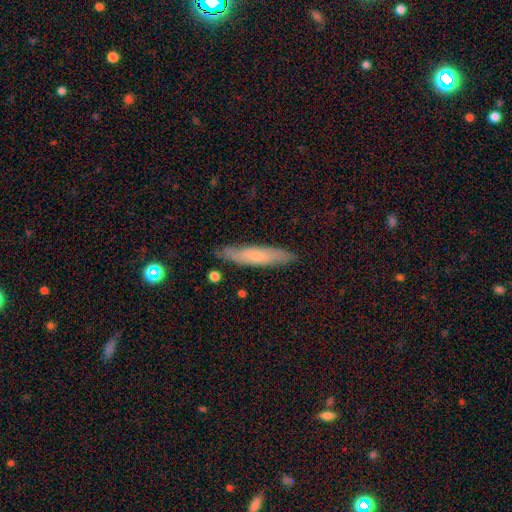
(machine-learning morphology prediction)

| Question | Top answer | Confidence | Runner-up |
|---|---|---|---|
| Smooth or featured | smooth | 57% | featured or disk (36%) |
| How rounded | cigar-shaped | 86% | in between (12%) |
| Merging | none | 82% | minor disturbance (14%) |